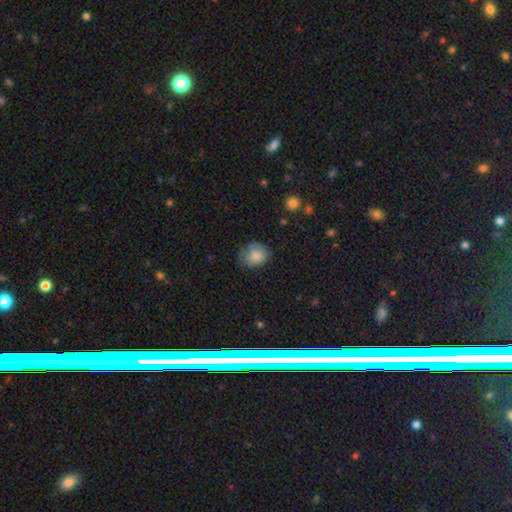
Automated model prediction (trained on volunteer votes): smooth-or-featured: smooth: 83% | featured or disk: 9% | star or artifact: 8%
  how-rounded: round: 69% | in between: 30% | cigar-shaped: 1%
  merging: none: 63% | minor disturbance: 28% | major disturbance: 8% | merger: 1%